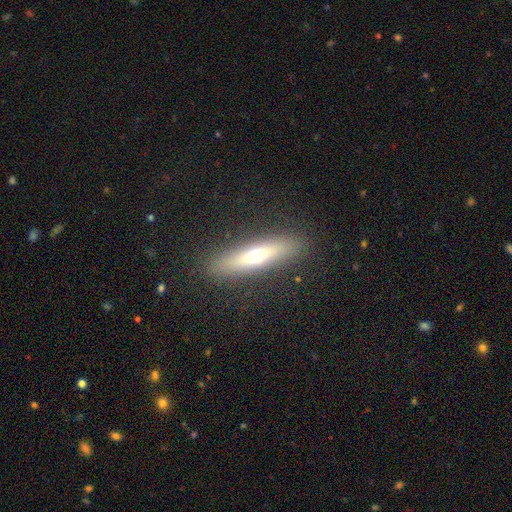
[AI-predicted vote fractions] Morphology: type=smooth (52%); roundness=cigar-shaped (84%); merging=none (90%).